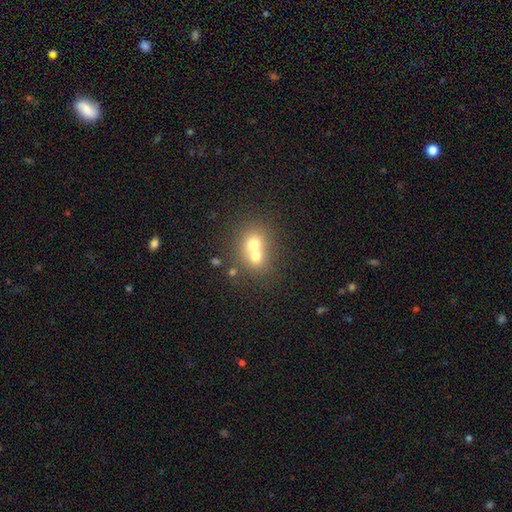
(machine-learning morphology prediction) A smooth galaxy with no disk features (66%) that is round (70%). Merging: merger (68%).